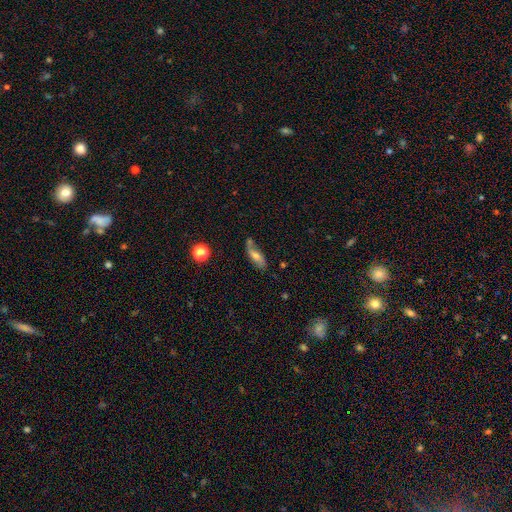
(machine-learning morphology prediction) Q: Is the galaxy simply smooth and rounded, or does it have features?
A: featured or disk — 47%.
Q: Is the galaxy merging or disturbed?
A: none — 54%.